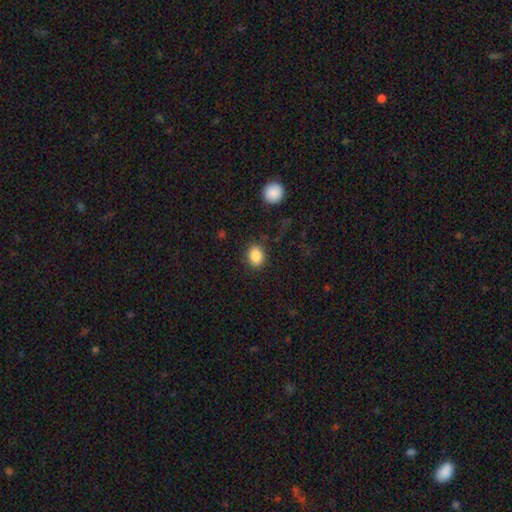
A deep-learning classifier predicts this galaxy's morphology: Smooth or featured?
  - smooth: 86% *
  - star or artifact: 9%
  - featured or disk: 4%
How rounded?
  - round: 50% *
  - in between: 49%
  - cigar-shaped: 1%
Merging?
  - none: 85% *
  - minor disturbance: 10%
  - major disturbance: 4%
  - merger: 2%